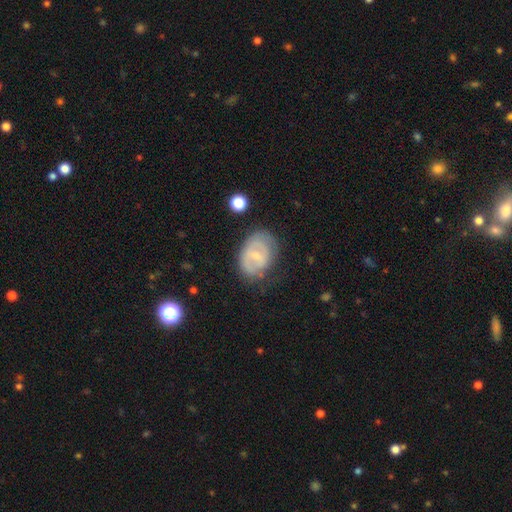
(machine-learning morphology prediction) featured or disk 60%, smooth 33%, star or artifact 7%. Down the decision tree: edge-on disk — no (96%); bar — weak (52%); spiral arms — yes (62%); bulge size — small (65%); merging — none (64%).